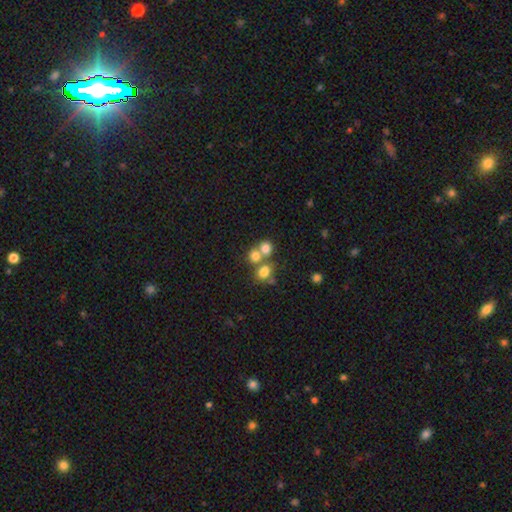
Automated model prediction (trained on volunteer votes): A smooth galaxy with no disk features (73%) that is round (72%).

Vote fractions:
- Smooth or featured? smooth: 73% / star or artifact: 14% / featured or disk: 13%
- How rounded? round: 72% / in between: 27% / cigar-shaped: 1%
- Merging? merger: 47% / none: 41% / minor disturbance: 7% / major disturbance: 4%